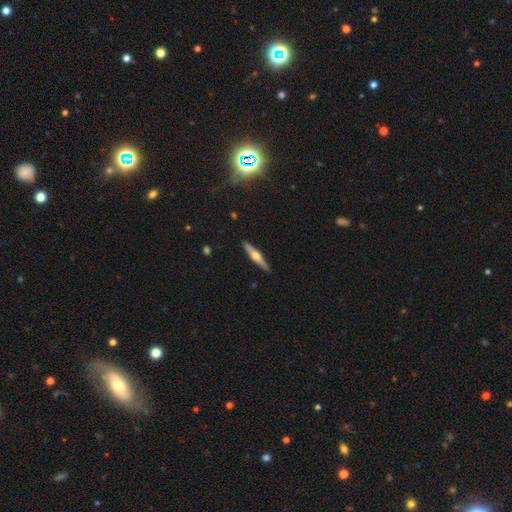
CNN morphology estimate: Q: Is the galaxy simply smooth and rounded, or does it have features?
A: featured or disk — 69%.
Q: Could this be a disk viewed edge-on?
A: yes — 97%.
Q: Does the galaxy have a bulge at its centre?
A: rounded — 94%.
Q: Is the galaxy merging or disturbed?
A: none — 91%.